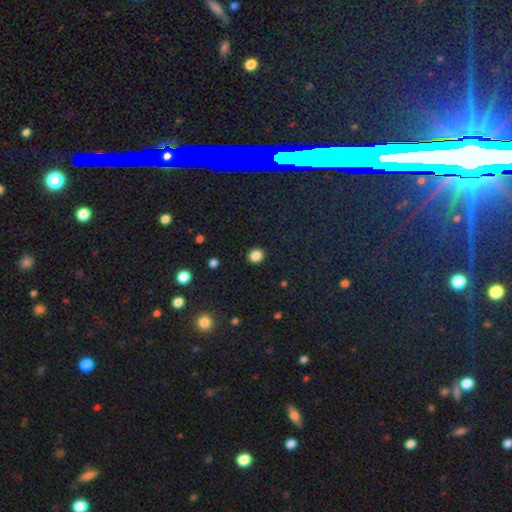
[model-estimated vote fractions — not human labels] smooth_or_featured: smooth (p=0.85) [alt: star or artifact p=0.11]
how_rounded: round (p=0.84) [alt: in between p=0.15]
merging: none (p=0.91) [alt: minor disturbance p=0.06]